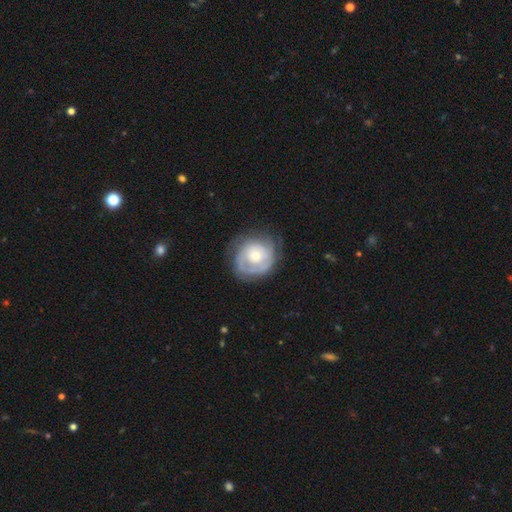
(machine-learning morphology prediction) smooth-or-featured: featured or disk: 64% | smooth: 30% | star or artifact: 6%
  disk-edge-on: no: 97% | yes: 3%
    bar: no: 81% | weak: 16% | strong: 3%
    has-spiral-arms: yes: 76% | no: 24%
    bulge-size: moderate: 50% | small: 41% | large: 6% | none: 2% | dominant: 1%
  merging: none: 65% | minor disturbance: 22% | major disturbance: 12% | merger: 1%